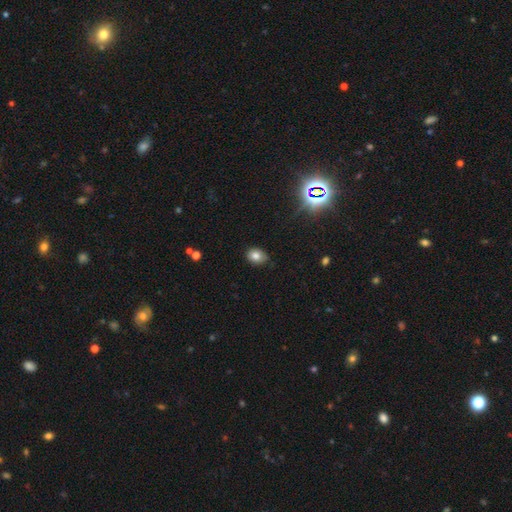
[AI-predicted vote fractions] This is likely a smooth galaxy (79%). How rounded: likely in between (63%). Merging: clearly none (80%).